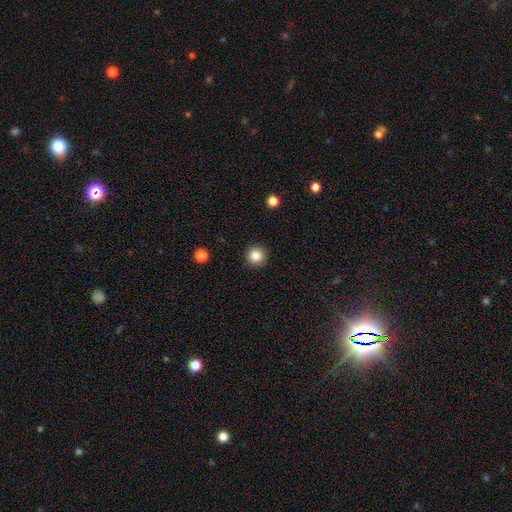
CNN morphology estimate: This is clearly a smooth galaxy (85%). How rounded: clearly round (96%). Merging: clearly none (93%).